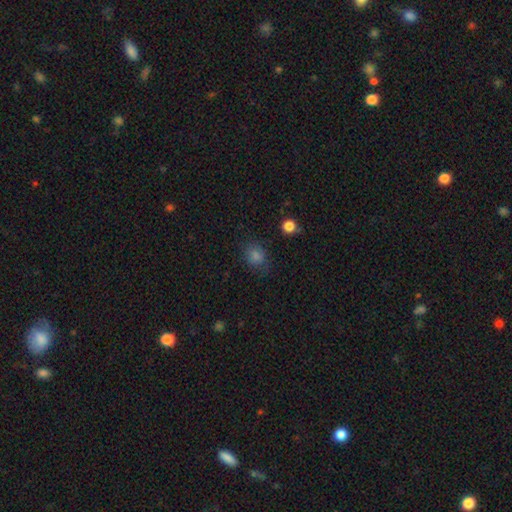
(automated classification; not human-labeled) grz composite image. It shows a smooth galaxy with no disk features (76%) that is round (63%). Merging: none (77%).